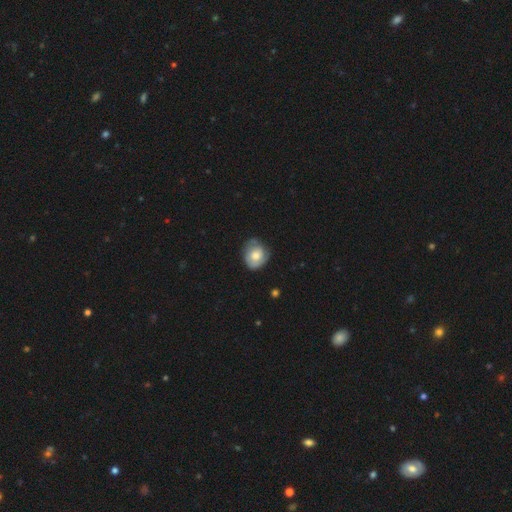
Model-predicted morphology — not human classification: smooth-or-featured: smooth: 57% | featured or disk: 37% | star or artifact: 7%
  how-rounded: round: 64% | in between: 35% | cigar-shaped: 1%
  merging: none: 64% | minor disturbance: 27% | major disturbance: 7% | merger: 2%